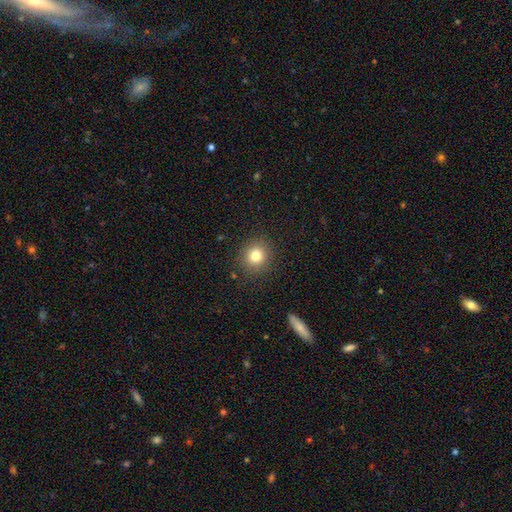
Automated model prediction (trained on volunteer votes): This is likely a smooth galaxy (80%). How rounded: clearly round (89%). Merging: clearly none (89%).